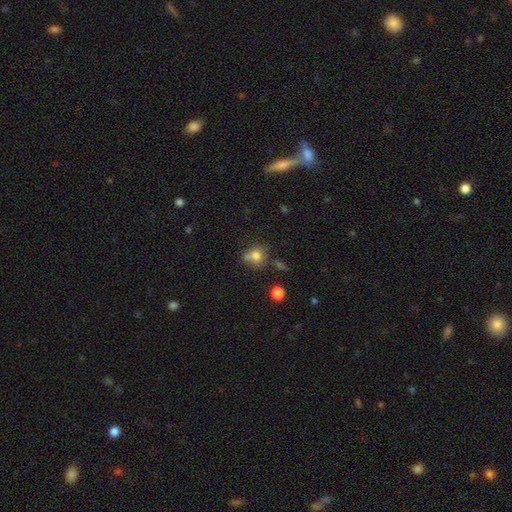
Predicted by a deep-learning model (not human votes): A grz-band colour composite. It shows a smooth galaxy with no disk features (74%) that is round (74%). Merging: none (50%).